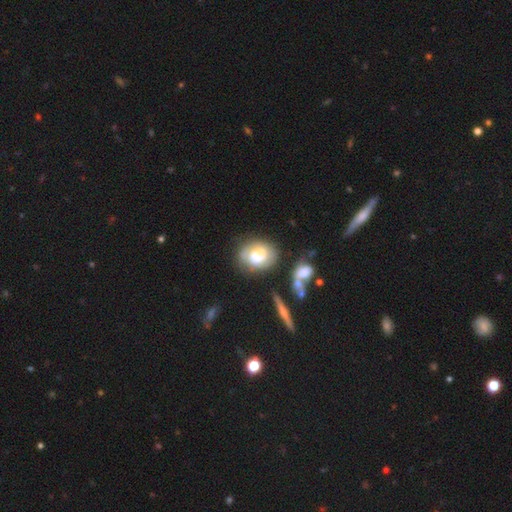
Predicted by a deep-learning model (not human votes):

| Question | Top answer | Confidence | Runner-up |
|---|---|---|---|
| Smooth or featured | smooth | 52% | featured or disk (40%) |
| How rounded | in between | 56% | round (42%) |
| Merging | none | 65% | minor disturbance (21%) |